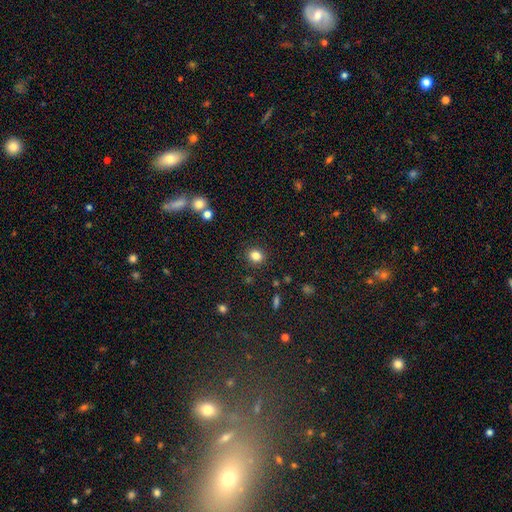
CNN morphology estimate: smooth-or-featured: smooth: 82% | star or artifact: 12% | featured or disk: 6%
  how-rounded: round: 72% | in between: 28% | cigar-shaped: 1%
  merging: none: 89% | minor disturbance: 7% | major disturbance: 2% | merger: 2%